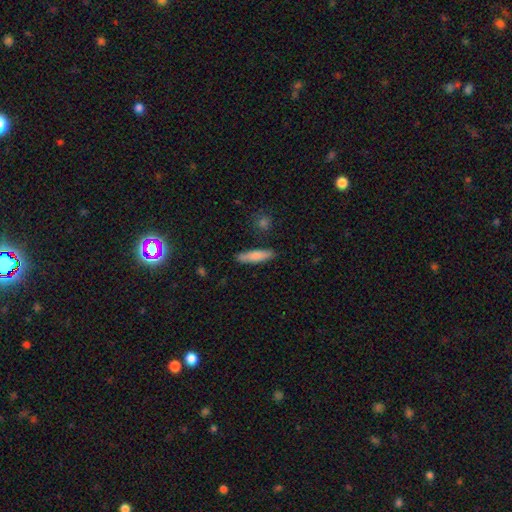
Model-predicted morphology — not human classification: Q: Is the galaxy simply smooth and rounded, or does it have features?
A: smooth — 78%.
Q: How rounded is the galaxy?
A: cigar-shaped — 73%.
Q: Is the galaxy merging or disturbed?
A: none — 85%.